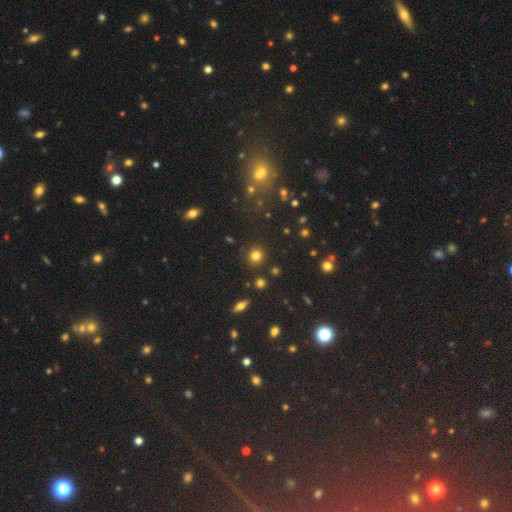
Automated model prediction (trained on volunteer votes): smooth_or_featured: smooth (p=0.77) [alt: star or artifact p=0.16]
how_rounded: round (p=0.89) [alt: in between p=0.10]
merging: none (p=0.87) [alt: minor disturbance p=0.07]